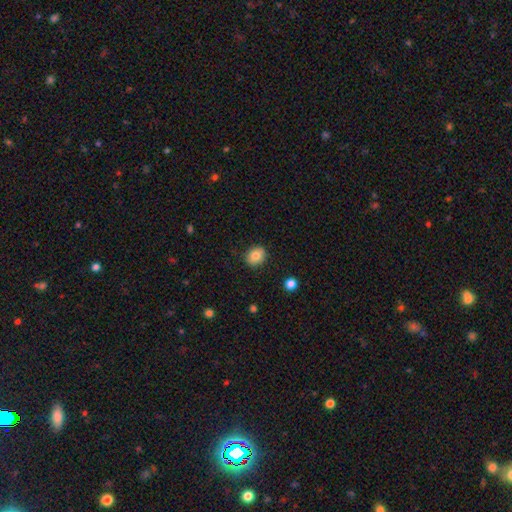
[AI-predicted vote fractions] Morphology: type=smooth (82%); roundness=round (66%); merging=none (87%).